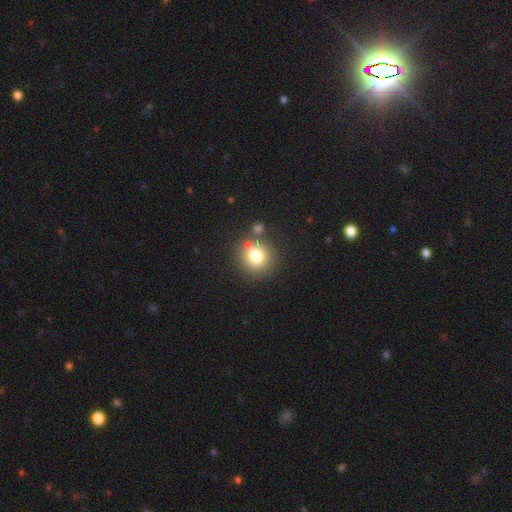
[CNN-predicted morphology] Q: Smooth or featured?
A: smooth (76%); runner-up: star or artifact (12%)
Q: How rounded?
A: round (88%); runner-up: in between (11%)
Q: Merging?
A: none (73%); runner-up: merger (11%)